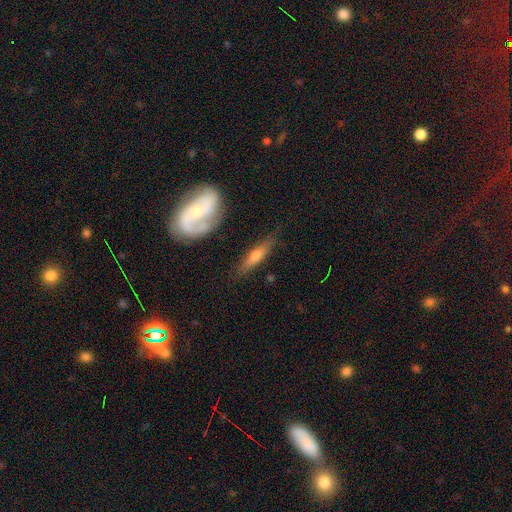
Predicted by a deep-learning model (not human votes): The model was most divided on "smooth or featured": featured or disk: 57%, smooth: 36%, star or artifact: 7%. More confident: merging — none (77%); edge-on disk — yes (73%).